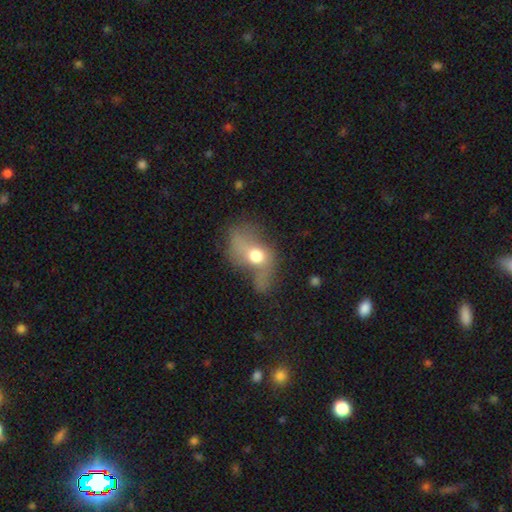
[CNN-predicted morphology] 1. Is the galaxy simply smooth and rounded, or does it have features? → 47% smooth, 41% featured or disk, 12% star or artifact.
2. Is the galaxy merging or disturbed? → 48% major disturbance, 23% none, 20% minor disturbance, 10% merger.